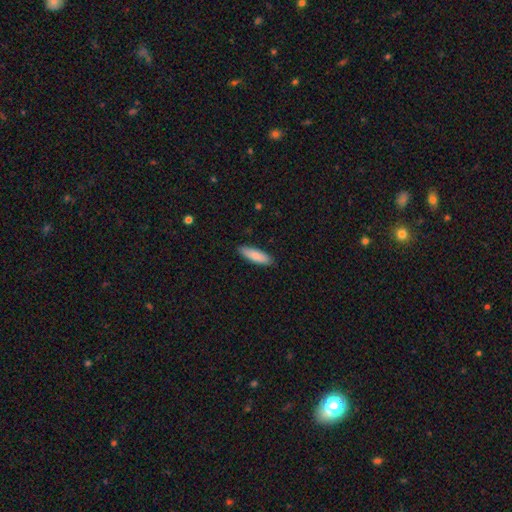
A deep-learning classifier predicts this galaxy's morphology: Smooth or featured: smooth — 86% (featured or disk — 8%)
How rounded: cigar-shaped — 56% (in between — 43%)
Merging: none — 89% (minor disturbance — 9%)